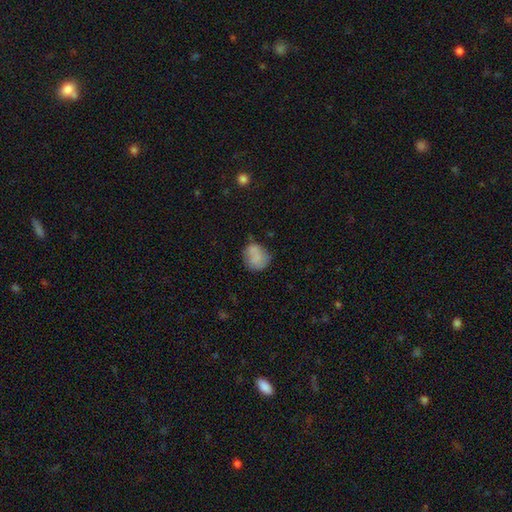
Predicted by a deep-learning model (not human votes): smooth-or-featured: smooth: 75% | featured or disk: 16% | star or artifact: 9%
  how-rounded: round: 74% | in between: 25% | cigar-shaped: 1%
  merging: none: 57% | minor disturbance: 25% | major disturbance: 9% | merger: 8%